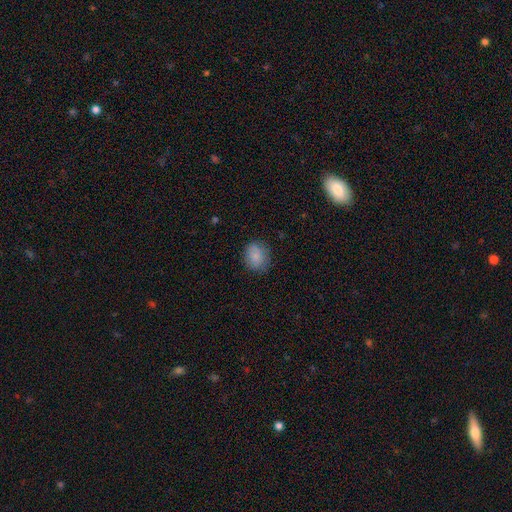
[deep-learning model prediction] smooth_or_featured: smooth (p=0.84) [alt: featured or disk p=0.08]
how_rounded: round (p=0.60) [alt: in between p=0.39]
merging: none (p=0.76) [alt: minor disturbance p=0.18]